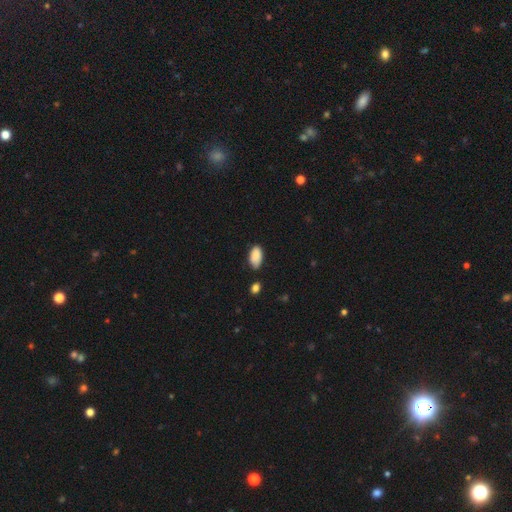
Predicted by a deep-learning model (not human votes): A smooth galaxy with no disk features (87%) that is in between round and cigar-shaped (94%).

Vote fractions:
- Smooth or featured? smooth: 87% / star or artifact: 7% / featured or disk: 6%
- How rounded? in between: 94% / round: 3% / cigar-shaped: 3%
- Merging? none: 67% / minor disturbance: 25% / major disturbance: 4% / merger: 4%